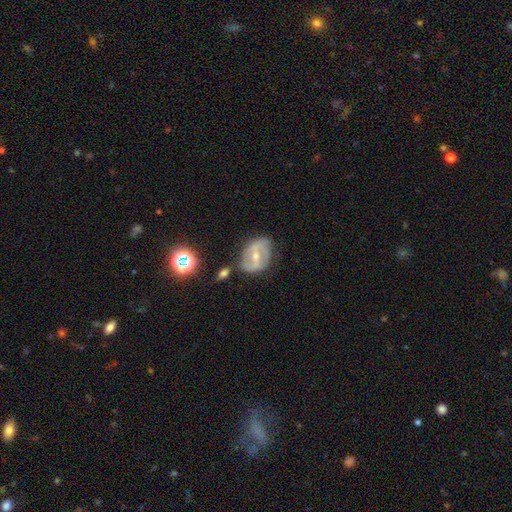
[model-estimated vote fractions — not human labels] Smooth or featured? featured or disk (70%)
Edge-on disk? no (95%)
Bar? weak (42%)
Spiral arms? yes (73%)
Bulge size? moderate (49%)
Merging? none (65%)